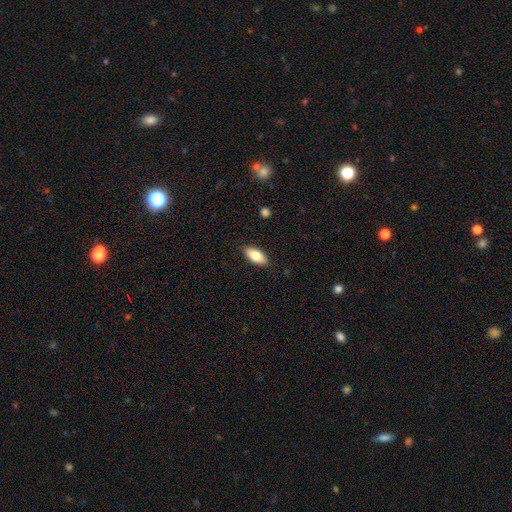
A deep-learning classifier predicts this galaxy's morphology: A smooth galaxy with no disk features (79%) that is in between round and cigar-shaped (88%).

Vote fractions:
- Smooth or featured? smooth: 79% / featured or disk: 15% / star or artifact: 7%
- How rounded? in between: 88% / cigar-shaped: 9% / round: 3%
- Merging? none: 88% / minor disturbance: 9% / major disturbance: 2% / merger: 1%